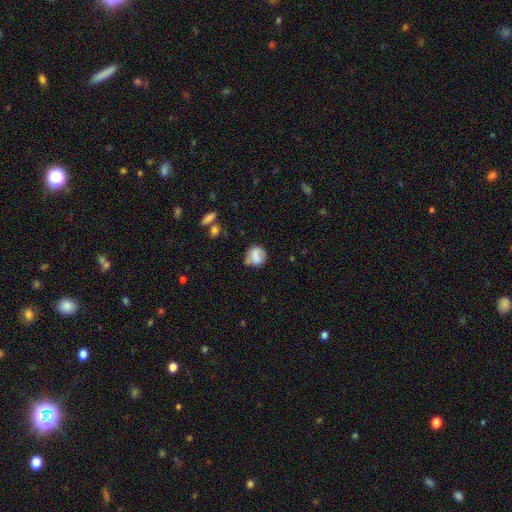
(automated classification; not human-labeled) A smooth galaxy with no disk features (67%) that is round (68%).

Vote fractions:
- Smooth or featured? smooth: 67% / featured or disk: 23% / star or artifact: 9%
- How rounded? round: 68% / in between: 30% / cigar-shaped: 2%
- Merging? none: 57% / minor disturbance: 27% / major disturbance: 10% / merger: 7%